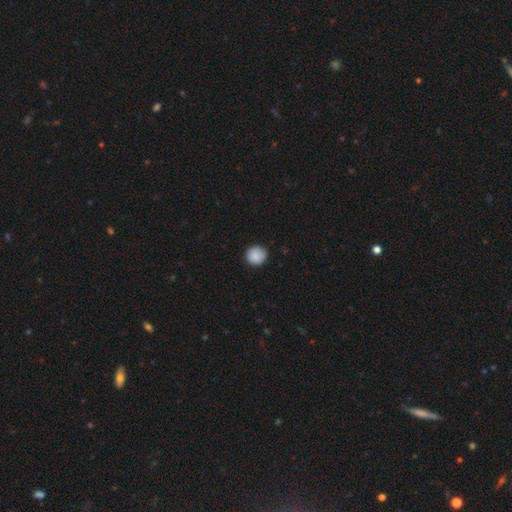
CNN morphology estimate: This appears to be a smooth galaxy with no disk features (86%) that is round (89%). Merging: none (85%).